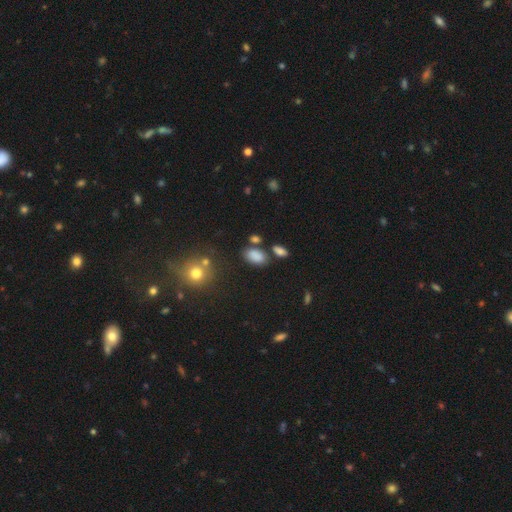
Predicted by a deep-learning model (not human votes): Smooth or featured? Predicted: smooth (p=0.82). How rounded? Predicted: in between (p=0.89). Merging? Predicted: none (p=0.68).